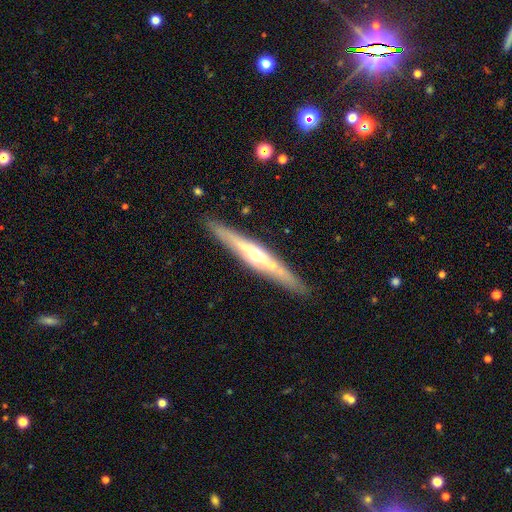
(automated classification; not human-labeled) A featured or disk galaxy (71%) viewed edge-on (93%) with a rounded central bulge (82%).

Vote fractions:
- Smooth or featured? featured or disk: 71% / smooth: 24% / star or artifact: 5%
- Edge-on disk? yes: 93% / no: 7%
- Edge-on bulge? rounded: 82% / none: 13% / boxy: 5%
- Merging? none: 85% / minor disturbance: 10% / merger: 3% / major disturbance: 2%